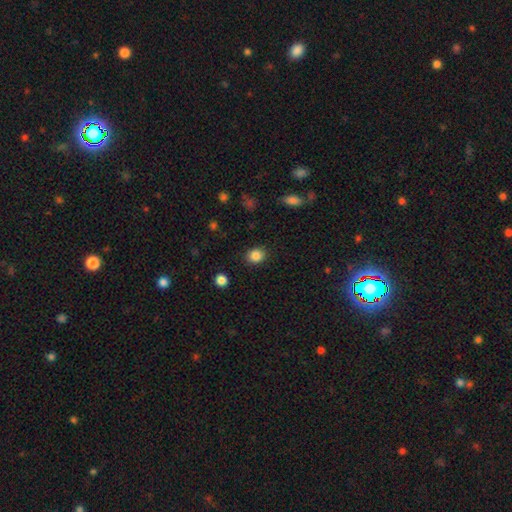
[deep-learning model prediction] Smooth or featured: smooth — 86% (star or artifact — 10%)
How rounded: round — 59% (in between — 40%)
Merging: none — 88% (minor disturbance — 8%)